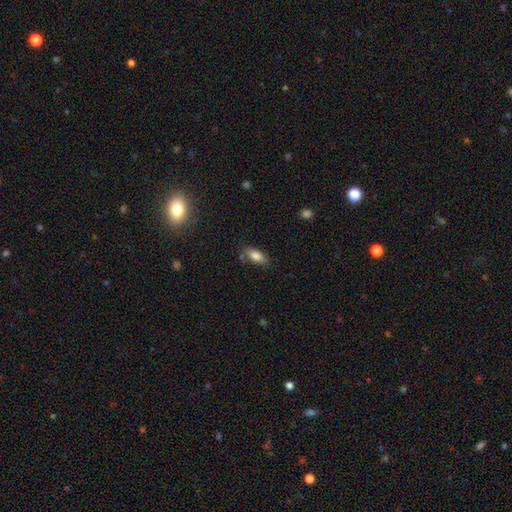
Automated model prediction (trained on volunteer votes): smooth_or_featured: smooth (p=0.81) [alt: featured or disk p=0.11]
how_rounded: in between (p=0.82) [alt: cigar-shaped p=0.16]
merging: none (p=0.78) [alt: minor disturbance p=0.15]